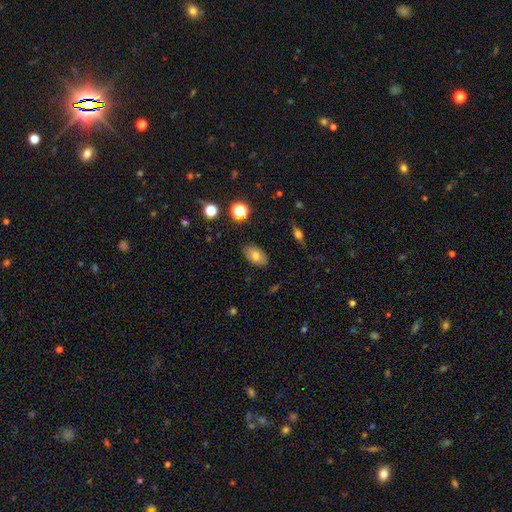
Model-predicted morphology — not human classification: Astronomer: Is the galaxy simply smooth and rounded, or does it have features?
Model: smooth — 70%.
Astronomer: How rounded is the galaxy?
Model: in between — 89%.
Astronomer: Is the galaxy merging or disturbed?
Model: none — 83%.